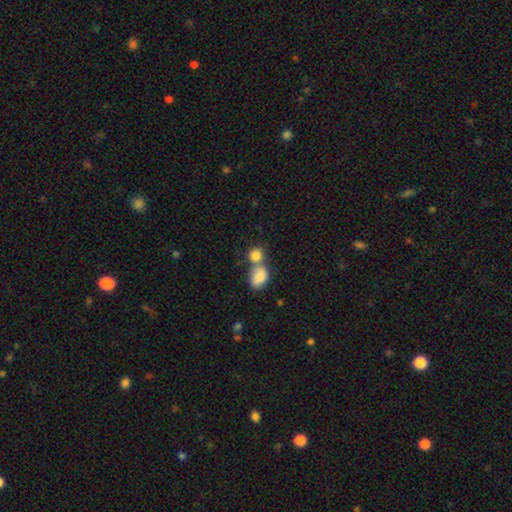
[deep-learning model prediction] Overall: smooth (84%). How rounded: round (58%; in between 40%). Merging: merger (55%; none 33%).